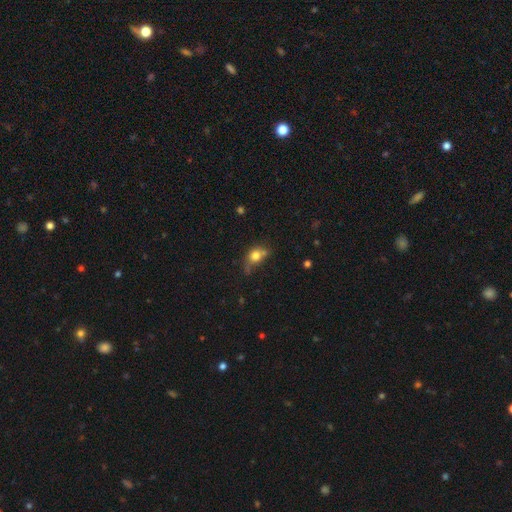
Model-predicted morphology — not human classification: smooth 74%, featured or disk 14%, star or artifact 12%. Down the decision tree: how rounded — round (49%); merging — none (40%).